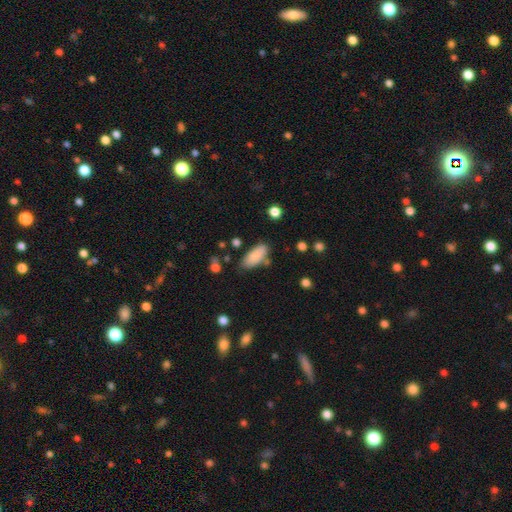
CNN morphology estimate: Smooth or featured?
  - smooth: 85% *
  - featured or disk: 8%
  - star or artifact: 7%
How rounded?
  - in between: 84% *
  - cigar-shaped: 14%
  - round: 2%
Merging?
  - none: 71% *
  - minor disturbance: 18%
  - merger: 6%
  - major disturbance: 4%